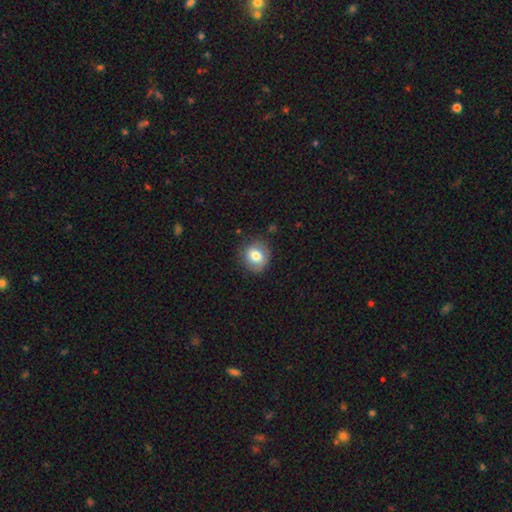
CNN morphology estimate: Overall: smooth (76%). How rounded: round (82%). Merging: none (80%).